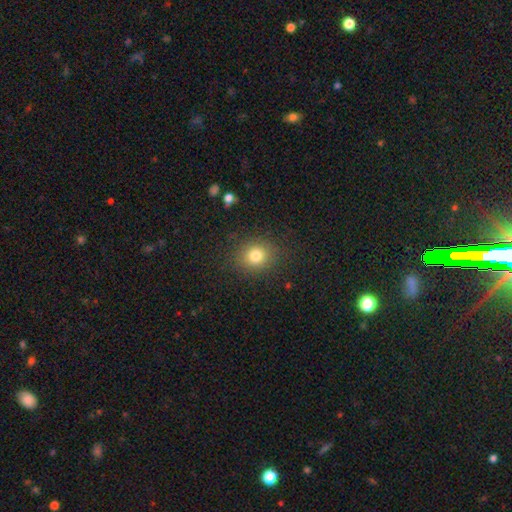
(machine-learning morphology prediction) The model was most divided on "how rounded": round: 74%, in between: 25%, cigar-shaped: 1%. More confident: merging — none (87%); smooth or featured — smooth (80%).